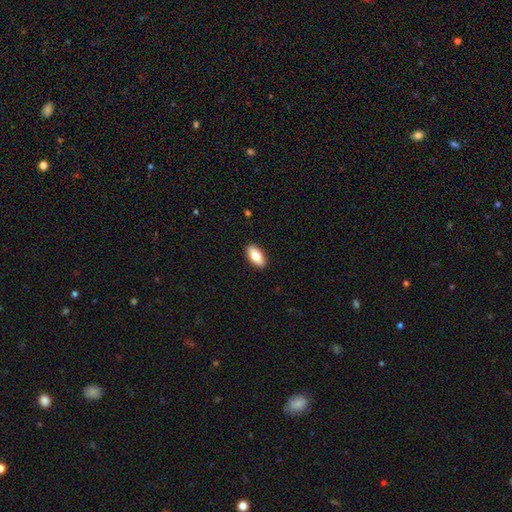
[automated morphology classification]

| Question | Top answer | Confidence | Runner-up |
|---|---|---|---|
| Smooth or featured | smooth | 77% | featured or disk (17%) |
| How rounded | in between | 87% | cigar-shaped (10%) |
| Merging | none | 90% | minor disturbance (8%) |